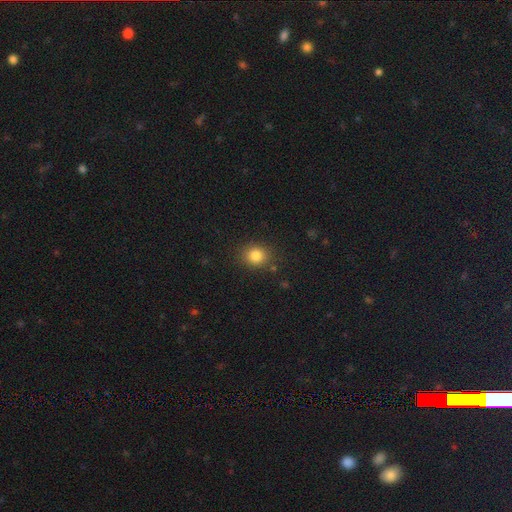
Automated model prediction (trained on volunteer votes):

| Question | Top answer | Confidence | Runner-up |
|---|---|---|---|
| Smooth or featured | smooth | 83% | star or artifact (11%) |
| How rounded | round | 75% | in between (24%) |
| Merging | none | 86% | minor disturbance (9%) |